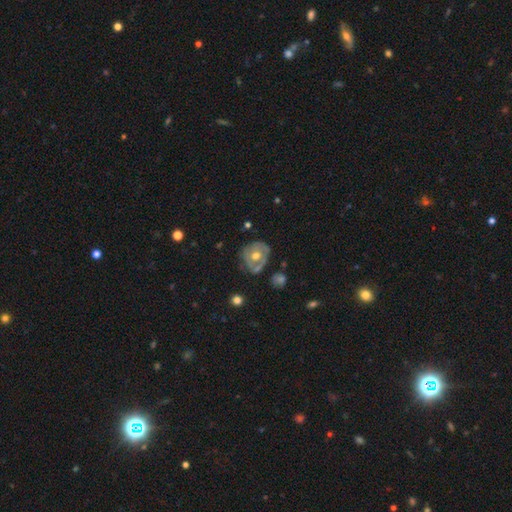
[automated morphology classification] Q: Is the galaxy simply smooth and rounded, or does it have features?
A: featured or disk — 55%.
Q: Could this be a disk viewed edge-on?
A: no — 96%.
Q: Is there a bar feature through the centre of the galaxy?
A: no — 85%.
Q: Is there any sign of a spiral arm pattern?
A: no — 67%.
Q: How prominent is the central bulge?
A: moderate — 78%.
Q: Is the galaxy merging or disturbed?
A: none — 57%.